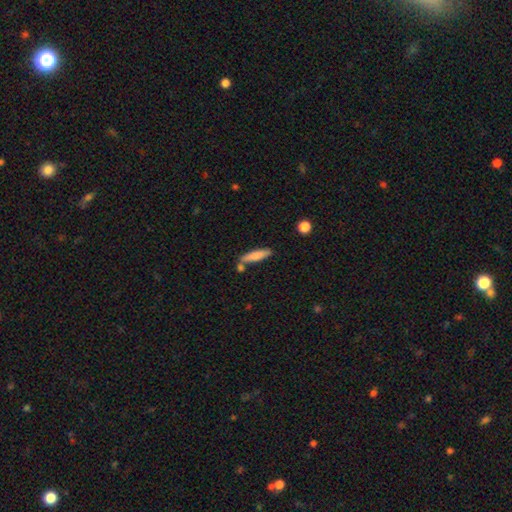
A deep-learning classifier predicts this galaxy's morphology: The model was most divided on "merging": none: 70%, minor disturbance: 14%, merger: 13%, major disturbance: 3%. More confident: how rounded — cigar-shaped (79%); smooth or featured — smooth (76%).